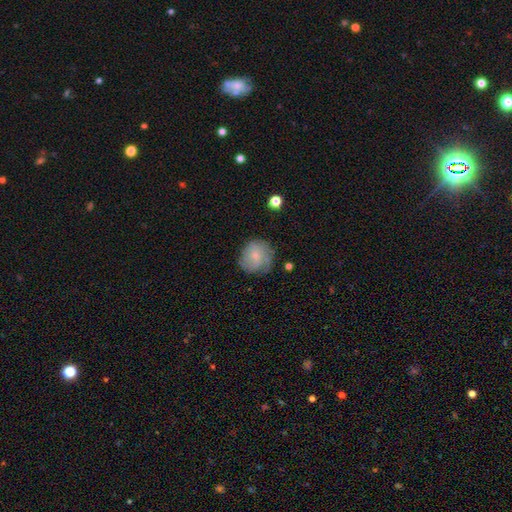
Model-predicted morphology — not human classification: smooth_or_featured: smooth (p=0.56) [alt: featured or disk p=0.36]
how_rounded: round (p=0.81) [alt: in between p=0.18]
merging: none (p=0.63) [alt: minor disturbance p=0.25]